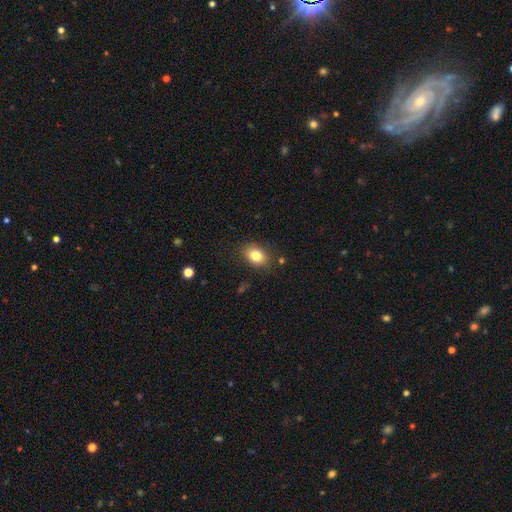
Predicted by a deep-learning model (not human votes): Morphology: type=smooth (81%); roundness=in between (75%); merging=none (83%).